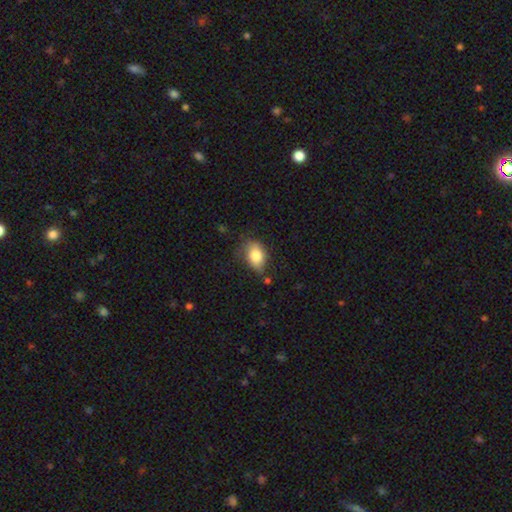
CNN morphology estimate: smooth_or_featured: smooth (p=0.81) [alt: featured or disk p=0.12]
how_rounded: in between (p=0.80) [alt: round p=0.18]
merging: none (p=0.57) [alt: minor disturbance p=0.31]